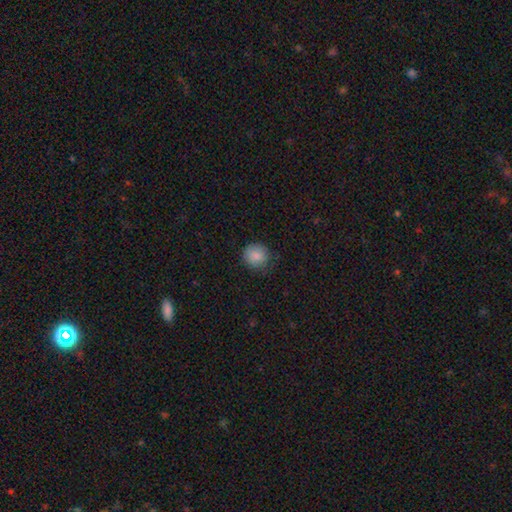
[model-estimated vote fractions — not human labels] Smooth or featured? Predicted: smooth (p=0.87). How rounded? Predicted: round (p=0.89). Merging? Predicted: none (p=0.81).